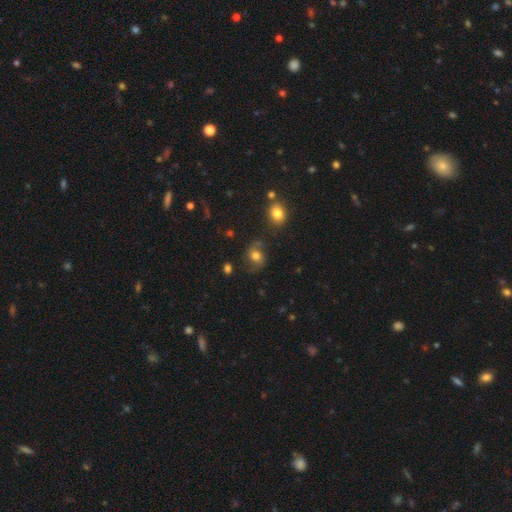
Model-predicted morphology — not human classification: The model was most divided on "smooth or featured": smooth: 45%, featured or disk: 43%, star or artifact: 12%. More confident: merging — none (71%).